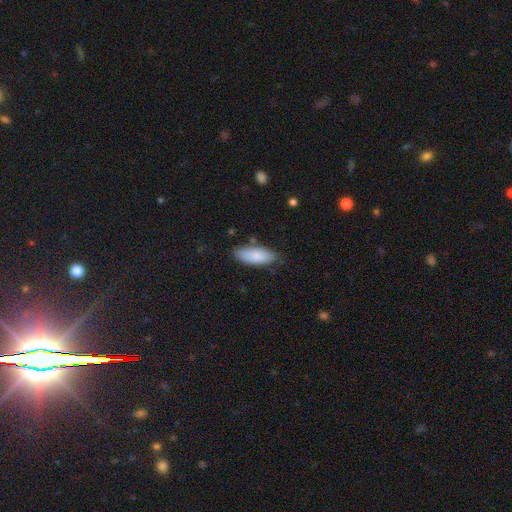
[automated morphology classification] A smooth galaxy with no disk features (85%) that is in between round and cigar-shaped (80%). Merging: none (76%).